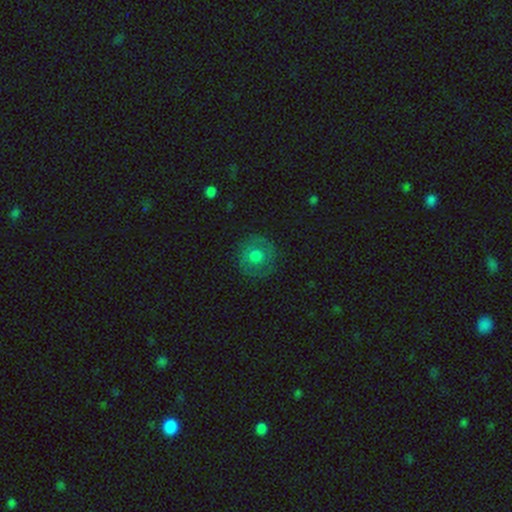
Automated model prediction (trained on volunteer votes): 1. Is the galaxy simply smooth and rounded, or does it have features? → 57% smooth, 33% featured or disk, 9% star or artifact.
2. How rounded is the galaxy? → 91% round, 8% in between, 1% cigar-shaped.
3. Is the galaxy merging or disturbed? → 84% none, 11% minor disturbance, 4% major disturbance, 1% merger.